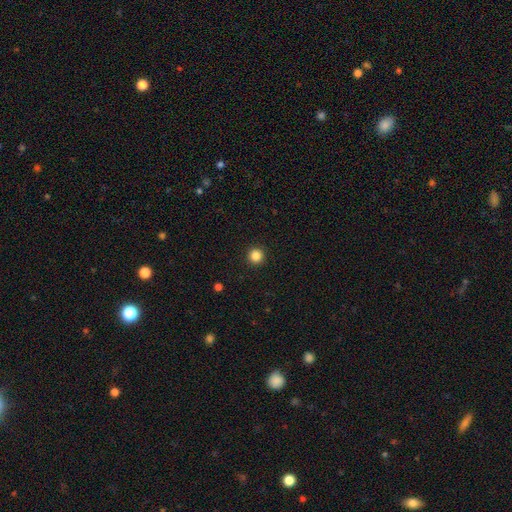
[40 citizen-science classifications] smooth-or-featured: smooth: 90% | star or artifact: 8% | featured or disk: 2%
  how-rounded: round: 100% | in between: 0% | cigar-shaped: 0%
  merging: none: 95% | minor disturbance: 5% | major disturbance: 0% | merger: 0%